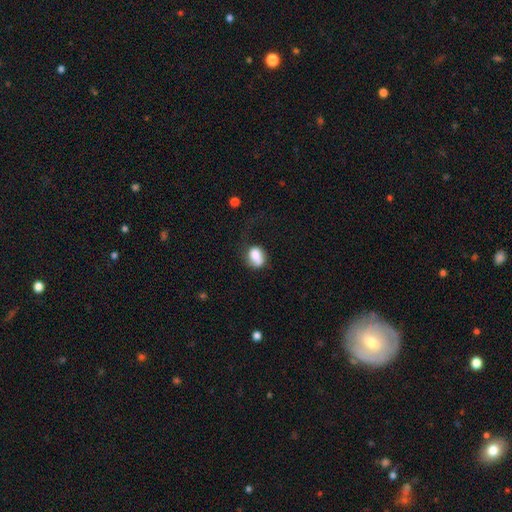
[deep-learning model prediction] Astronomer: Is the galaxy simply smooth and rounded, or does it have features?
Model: smooth — 81%.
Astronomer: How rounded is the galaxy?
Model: in between — 70%.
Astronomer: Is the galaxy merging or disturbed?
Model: none — 39% (runner-up: minor disturbance, 30%).